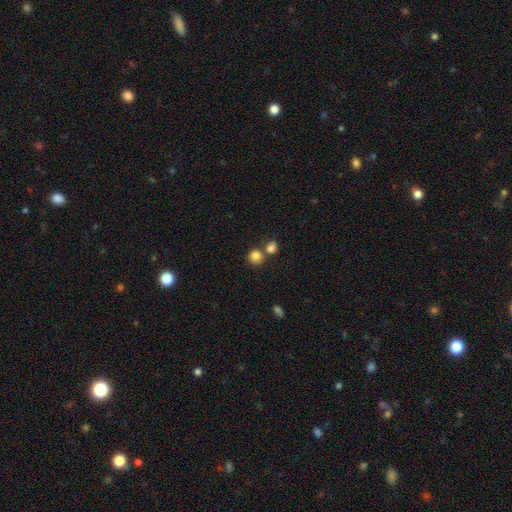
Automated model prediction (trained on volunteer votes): This is clearly a smooth galaxy (84%). How rounded: clearly round (86%). Merging: possibly none (59%).